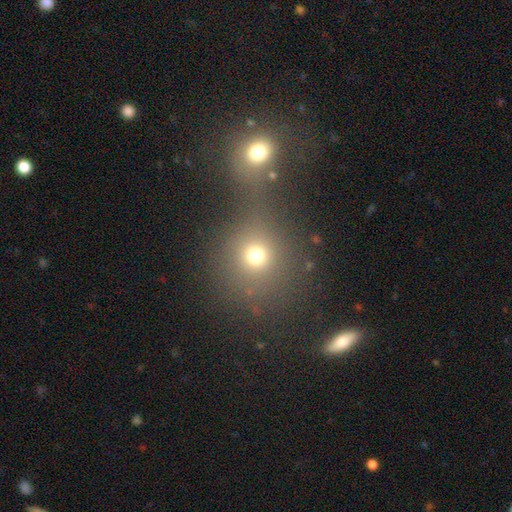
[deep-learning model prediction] Smooth or featured?
  - smooth: 69% *
  - star or artifact: 21%
  - featured or disk: 10%
How rounded?
  - round: 84% *
  - in between: 14%
  - cigar-shaped: 1%
Merging?
  - none: 57% *
  - merger: 26%
  - minor disturbance: 10%
  - major disturbance: 8%